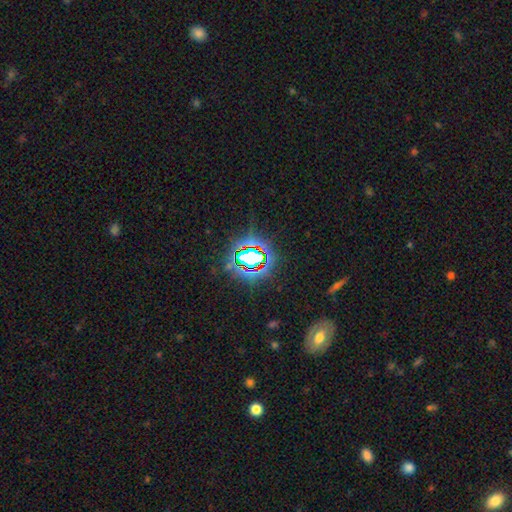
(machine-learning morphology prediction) Smooth or featured? star or artifact (74%)